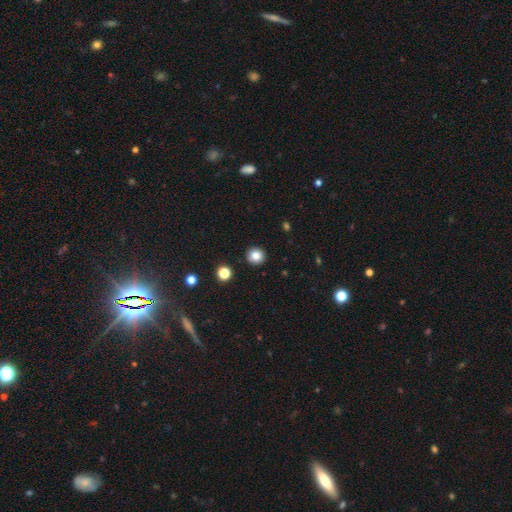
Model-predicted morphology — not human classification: Smooth or featured? Predicted: smooth (p=0.84). How rounded? Predicted: round (p=0.92). Merging? Predicted: none (p=0.92).